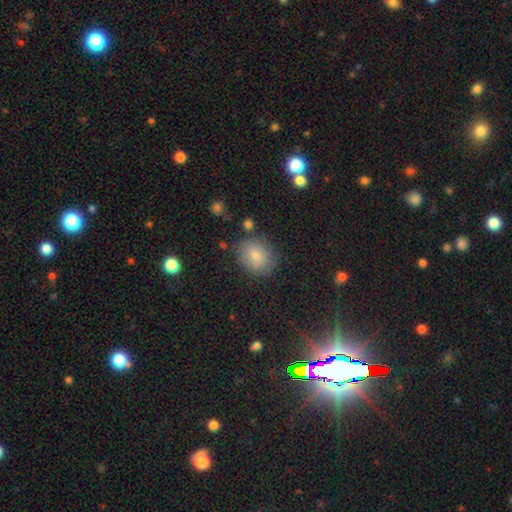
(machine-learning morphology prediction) Overall: smooth (72%). How rounded: round (67%; in between 32%). Merging: none (81%).